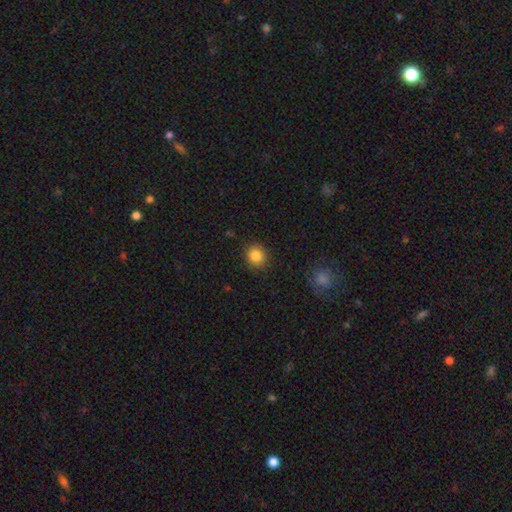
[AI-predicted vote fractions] smooth-or-featured: smooth: 85% | star or artifact: 10% | featured or disk: 5%
  how-rounded: round: 82% | in between: 18% | cigar-shaped: 1%
  merging: none: 88% | minor disturbance: 9% | major disturbance: 3% | merger: 1%